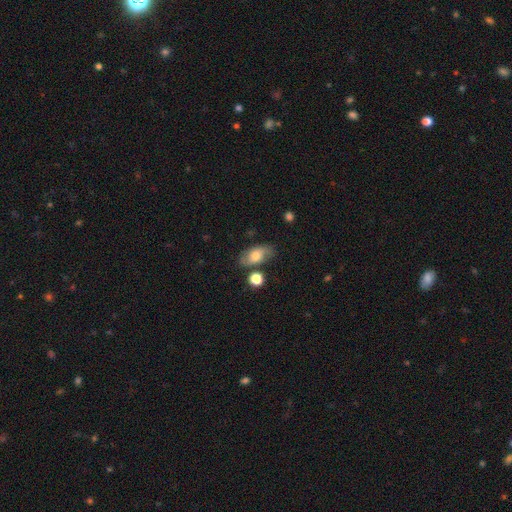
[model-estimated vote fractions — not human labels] Smooth or featured: smooth — 60% (featured or disk — 31%)
How rounded: in between — 86% (round — 10%)
Merging: none — 71% (minor disturbance — 18%)